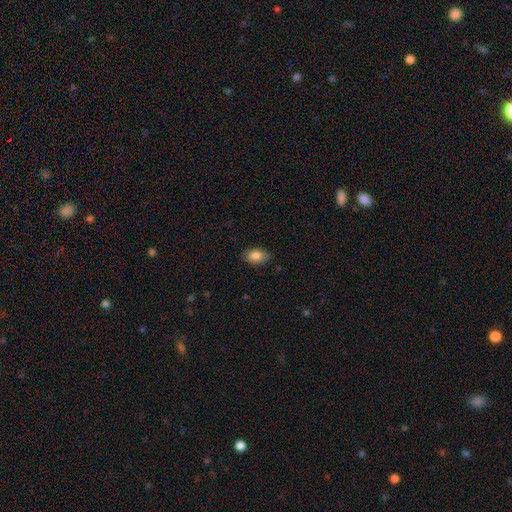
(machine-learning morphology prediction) Smooth or featured? smooth (84%)
How rounded? in between (88%)
Merging? none (83%)